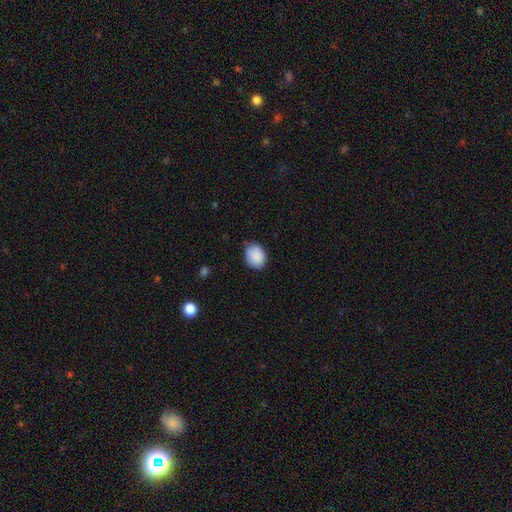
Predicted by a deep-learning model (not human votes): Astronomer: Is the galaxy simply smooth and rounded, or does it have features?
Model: smooth — 89%.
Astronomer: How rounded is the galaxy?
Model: in between — 52% (runner-up: round, 47%).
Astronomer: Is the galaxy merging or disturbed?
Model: none — 75%.